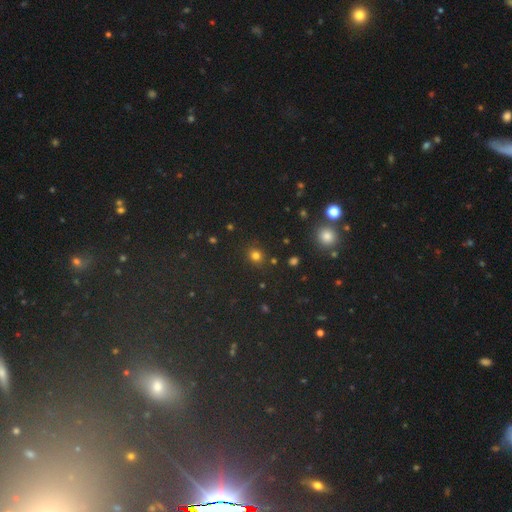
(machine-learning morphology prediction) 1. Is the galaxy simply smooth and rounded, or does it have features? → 74% smooth, 20% star or artifact, 6% featured or disk.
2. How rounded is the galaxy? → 81% round, 18% in between, 1% cigar-shaped.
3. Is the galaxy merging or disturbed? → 85% none, 9% minor disturbance, 3% major disturbance, 3% merger.